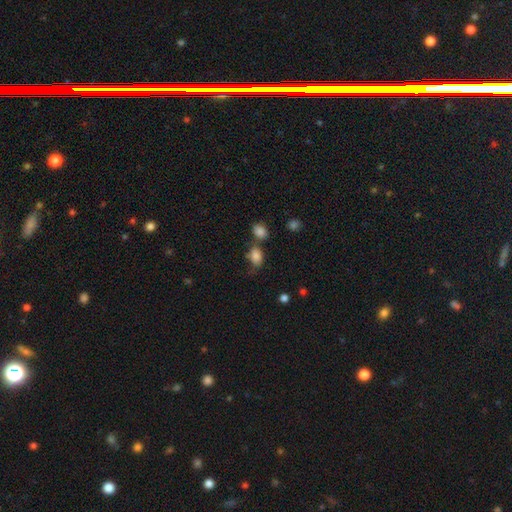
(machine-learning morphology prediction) Smooth or featured? Predicted: smooth (p=0.83). How rounded? Predicted: in between (p=0.71). Merging? Predicted: none (p=0.45).